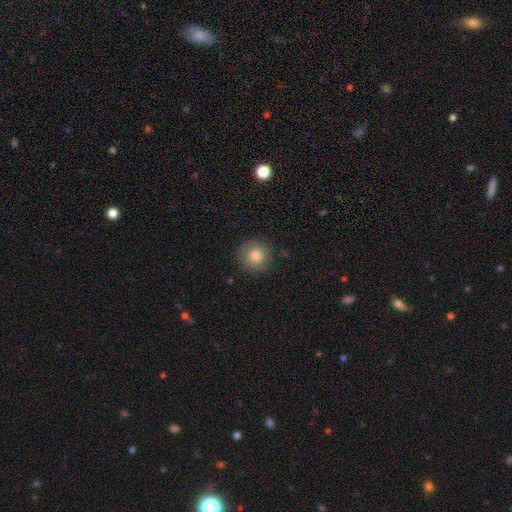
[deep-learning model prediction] Smooth or featured?
  - smooth: 81% *
  - star or artifact: 10%
  - featured or disk: 9%
How rounded?
  - round: 94% *
  - in between: 5%
  - cigar-shaped: 1%
Merging?
  - none: 88% *
  - minor disturbance: 8%
  - major disturbance: 2%
  - merger: 1%